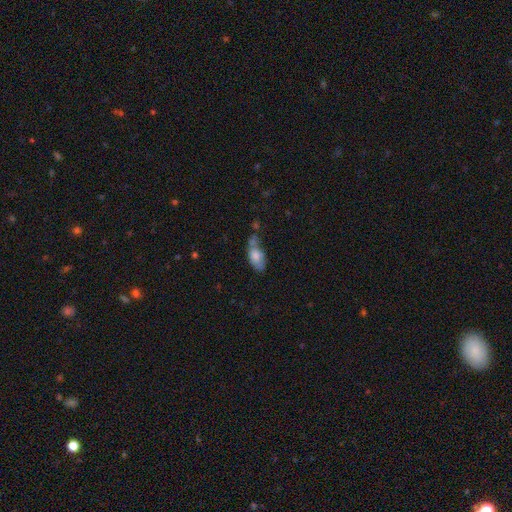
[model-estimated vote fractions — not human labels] smooth-or-featured: smooth: 71% | featured or disk: 20% | star or artifact: 8%
  how-rounded: in between: 84% | cigar-shaped: 10% | round: 6%
  merging: none: 35% | minor disturbance: 28% | merger: 23% | major disturbance: 14%